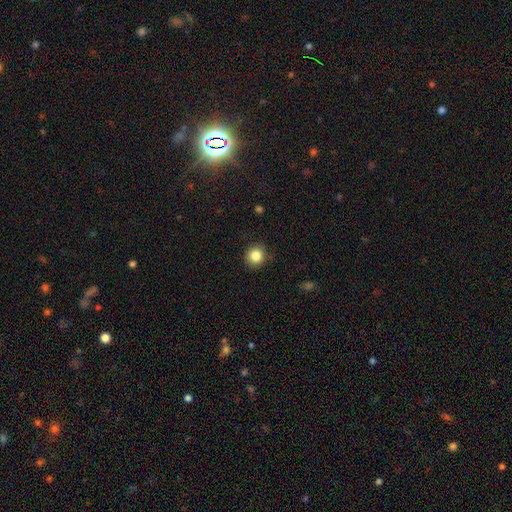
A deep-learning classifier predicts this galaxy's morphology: This is clearly a smooth galaxy (84%). How rounded: clearly round (88%). Merging: clearly none (87%).